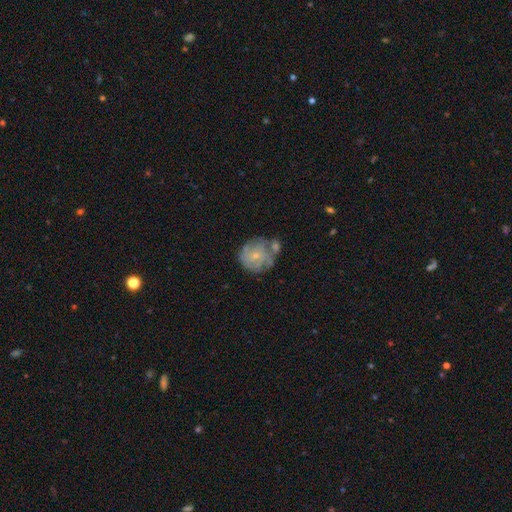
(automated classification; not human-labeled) A featured or disk galaxy (66%) with no bar (76%), tight (65%) spiral arms (83%) and a small central bulge (74%). Merging: none (48%).